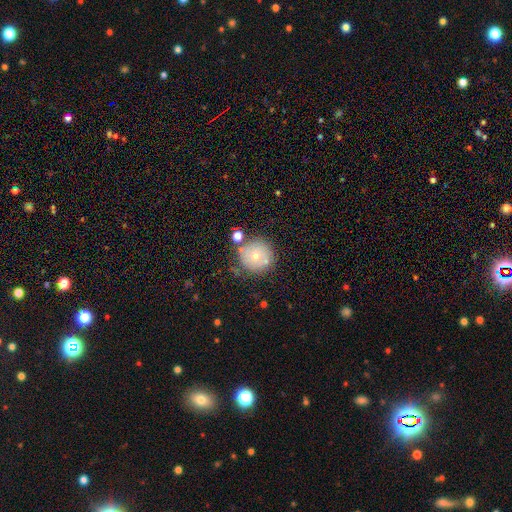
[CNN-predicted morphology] Smooth or featured? smooth (64%)
How rounded? round (94%)
Merging? none (69%)